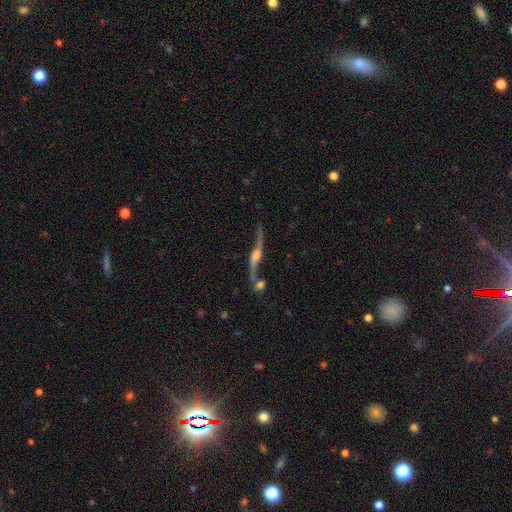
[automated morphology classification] Smooth or featured? Predicted: featured or disk (p=0.85). Edge-on disk? Predicted: yes (p=0.53). Merging? Predicted: none (p=0.51).